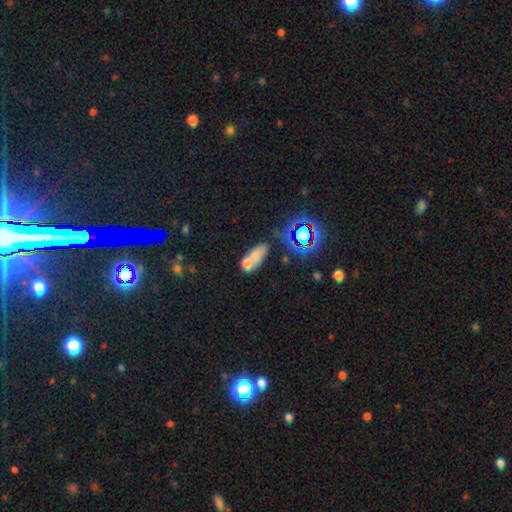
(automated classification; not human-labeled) Overall: smooth (64%). How rounded: in between (73%). Merging: merger (57%; none 26%).